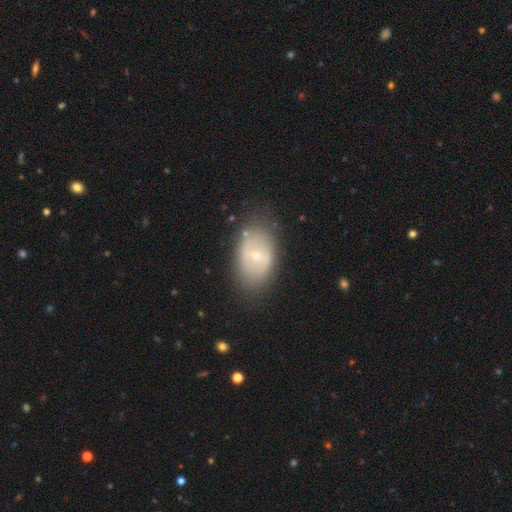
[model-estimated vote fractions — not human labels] A featured or disk galaxy (55%).

Vote fractions:
- Smooth or featured? featured or disk: 55% / smooth: 36% / star or artifact: 9%
- Edge-on disk? no: 91% / yes: 9%
- Merging? none: 75% / minor disturbance: 18% / major disturbance: 6% / merger: 2%